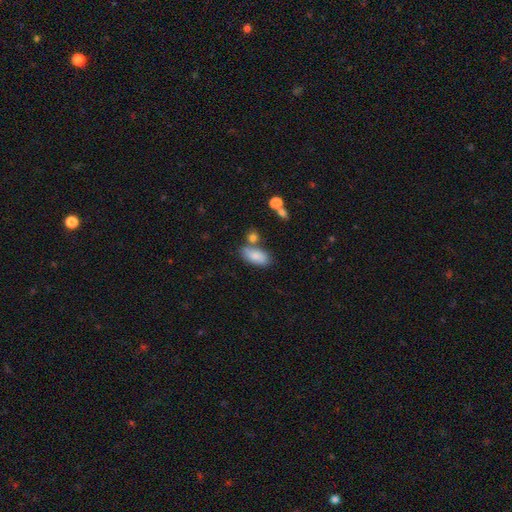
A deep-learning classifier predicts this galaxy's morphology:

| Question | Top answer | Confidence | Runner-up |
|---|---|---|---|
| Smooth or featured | smooth | 83% | featured or disk (10%) |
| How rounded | in between | 89% | cigar-shaped (8%) |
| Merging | none | 63% | minor disturbance (16%) |